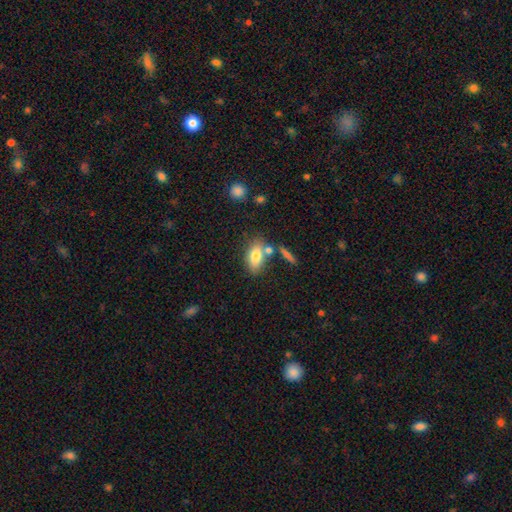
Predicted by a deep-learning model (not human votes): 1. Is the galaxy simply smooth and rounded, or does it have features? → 78% smooth, 14% featured or disk, 8% star or artifact.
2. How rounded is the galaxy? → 86% in between, 7% cigar-shaped, 6% round.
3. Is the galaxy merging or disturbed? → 62% none, 19% merger, 14% minor disturbance, 5% major disturbance.